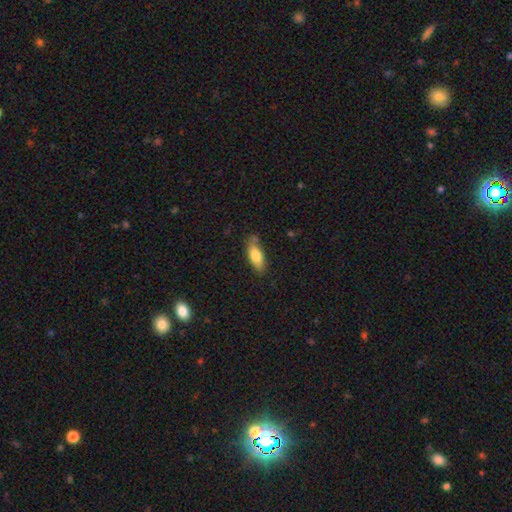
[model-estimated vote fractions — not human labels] smooth 76%, featured or disk 17%, star or artifact 6%. Down the decision tree: how rounded — in between (73%); merging — none (72%).